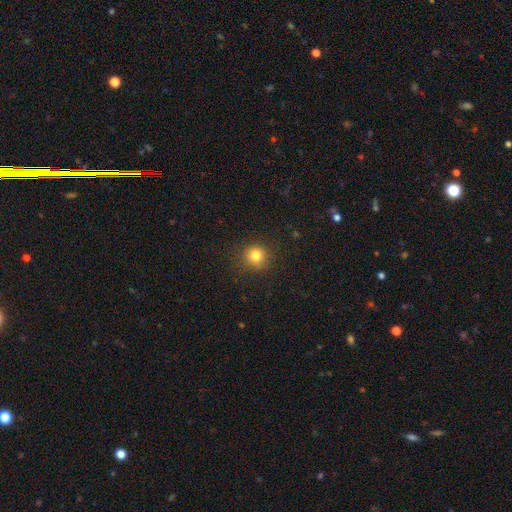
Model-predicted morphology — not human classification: type=smooth (80%); roundness=round (91%); merging=none (88%).